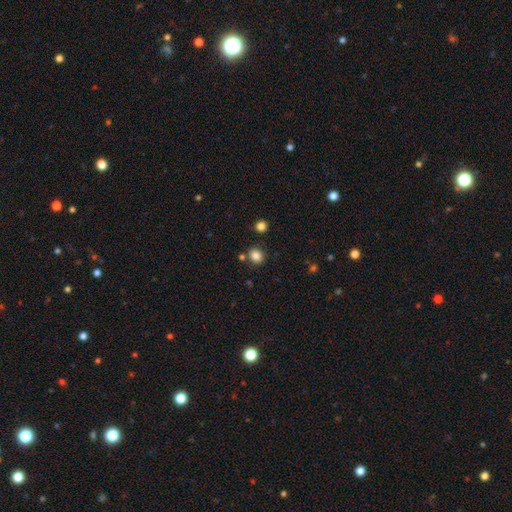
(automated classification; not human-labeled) Smooth or featured? smooth (84%)
How rounded? round (69%)
Merging? none (82%)